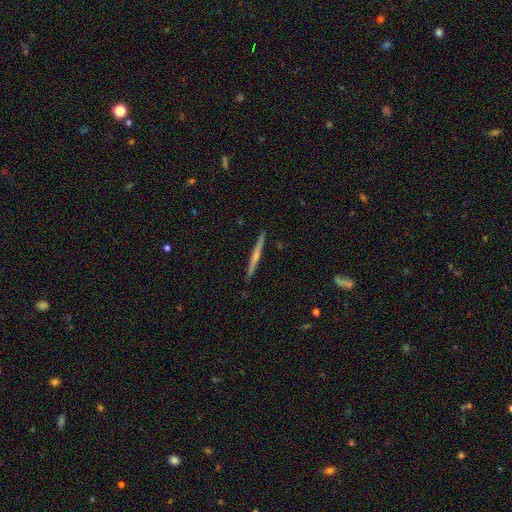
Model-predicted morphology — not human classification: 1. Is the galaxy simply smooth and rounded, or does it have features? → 60% featured or disk, 34% smooth, 6% star or artifact.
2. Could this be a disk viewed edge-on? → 98% yes, 2% no.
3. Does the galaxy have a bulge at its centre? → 51% rounded, 42% none, 7% boxy.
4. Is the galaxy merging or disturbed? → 92% none, 6% minor disturbance, 1% major disturbance, 1% merger.